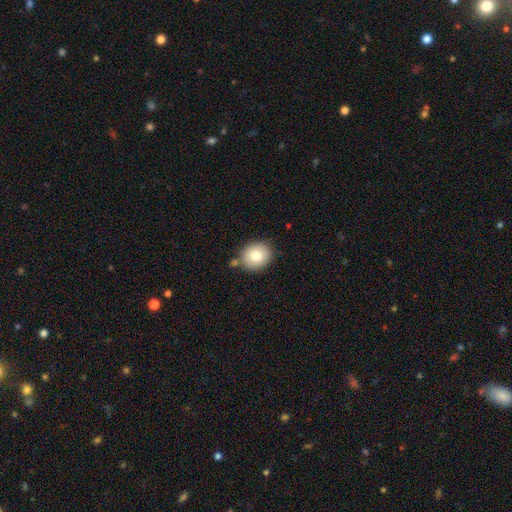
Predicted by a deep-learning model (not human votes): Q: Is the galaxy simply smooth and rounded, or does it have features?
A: smooth — 79%.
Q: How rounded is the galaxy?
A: round — 69%.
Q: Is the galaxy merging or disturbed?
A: none — 77%.